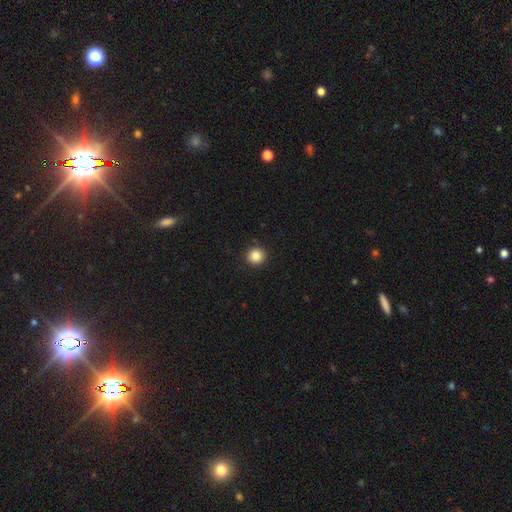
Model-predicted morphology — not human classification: smooth-or-featured: smooth: 86% | star or artifact: 10% | featured or disk: 4%
  how-rounded: round: 94% | in between: 5% | cigar-shaped: 1%
  merging: none: 93% | minor disturbance: 5% | major disturbance: 2% | merger: 1%